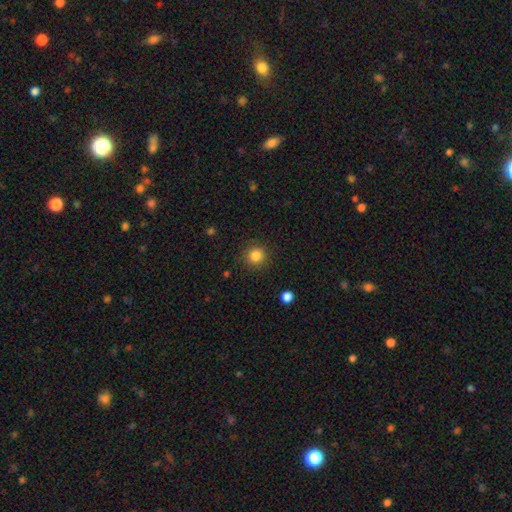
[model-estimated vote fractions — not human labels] The model was most divided on "smooth or featured": smooth: 84%, star or artifact: 11%, featured or disk: 5%. More confident: how rounded — round (94%); merging — none (89%).